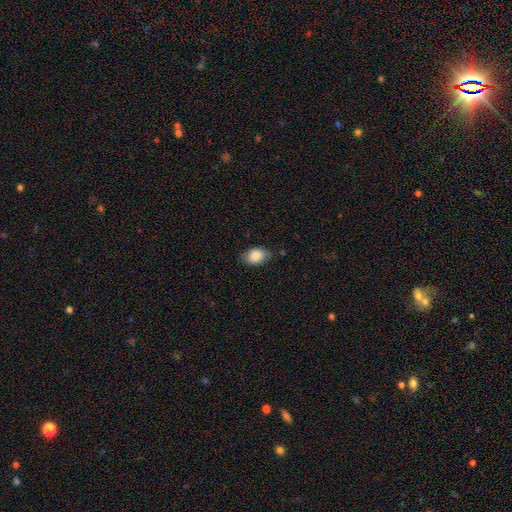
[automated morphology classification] smooth_or_featured: smooth (p=0.85) [alt: featured or disk p=0.08]
how_rounded: in between (p=0.78) [alt: round p=0.20]
merging: none (p=0.75) [alt: minor disturbance p=0.20]